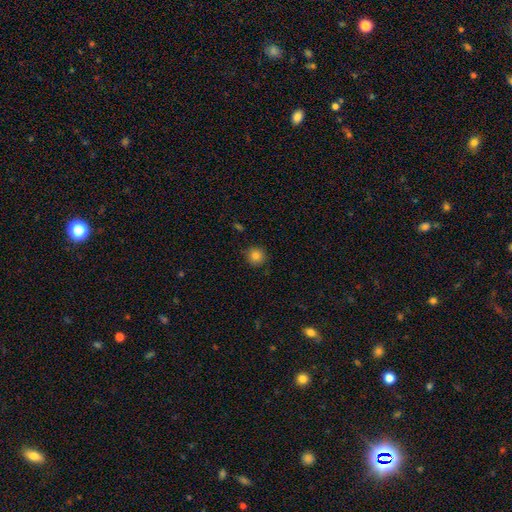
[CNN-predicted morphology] This appears to be a smooth galaxy with no disk features (83%) that is round (93%). Merging: none (87%).